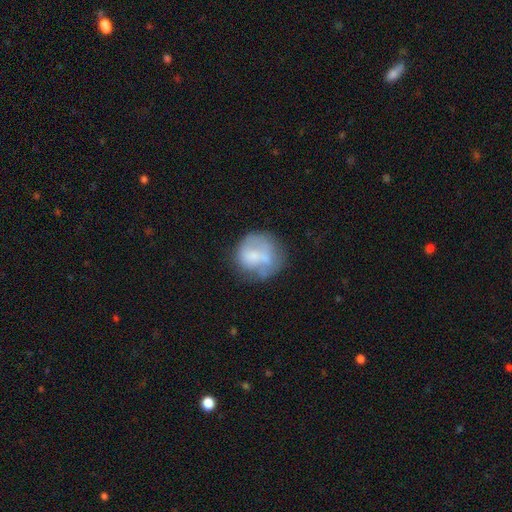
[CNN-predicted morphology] smooth_or_featured: smooth (p=0.57) [alt: featured or disk p=0.35]
how_rounded: round (p=0.81) [alt: in between p=0.18]
merging: none (p=0.45) [alt: minor disturbance p=0.23]